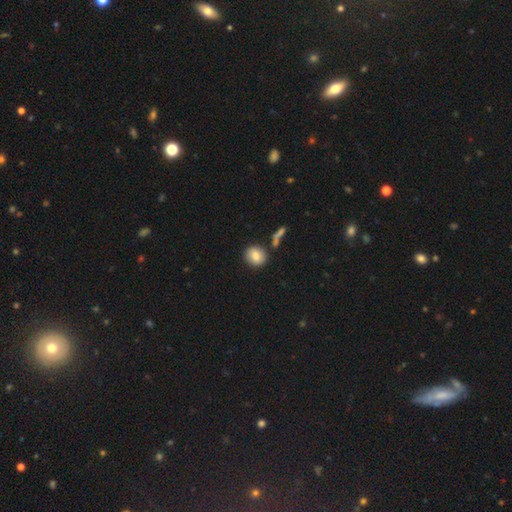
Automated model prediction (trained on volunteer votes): This is clearly a smooth galaxy (83%). How rounded: likely round (79%). Merging: likely none (77%).